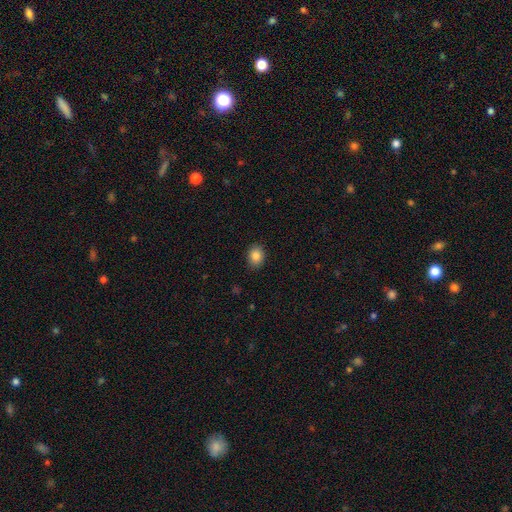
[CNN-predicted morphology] smooth_or_featured: smooth (p=0.86) [alt: star or artifact p=0.09]
how_rounded: in between (p=0.60) [alt: round p=0.39]
merging: none (p=0.87) [alt: minor disturbance p=0.10]